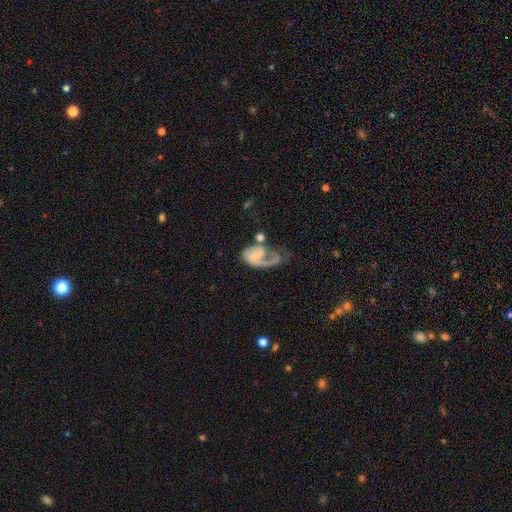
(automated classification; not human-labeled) Morphology: type=featured or disk (71%); edge-on=no (97%); bar=no (54%); spiral arms=yes (87%); winding=loose (42%); arm count=1 (70%); bulge=small (44%); merging=major disturbance (40%).